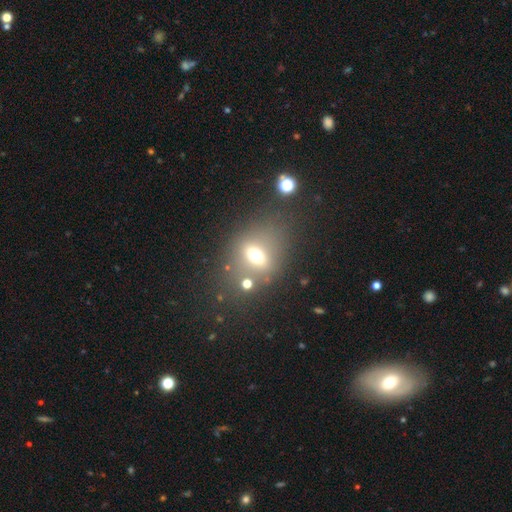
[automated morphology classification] Overall: smooth (60%; featured or disk 21%). How rounded: in between (62%; round 33%). Merging: none (63%).